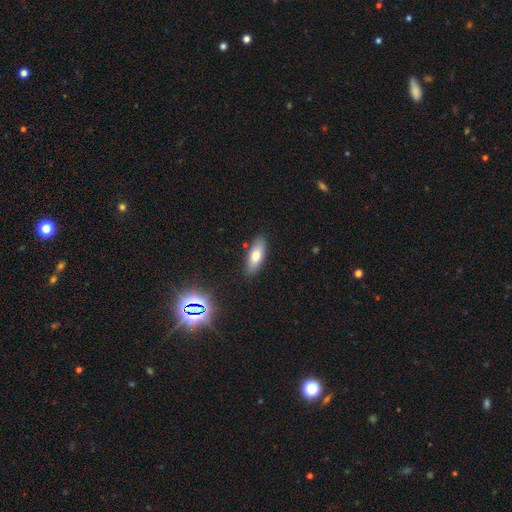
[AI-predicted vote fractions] The model was most divided on "how rounded": in between: 71%, cigar-shaped: 27%, round: 3%. More confident: merging — none (86%); smooth or featured — smooth (70%).